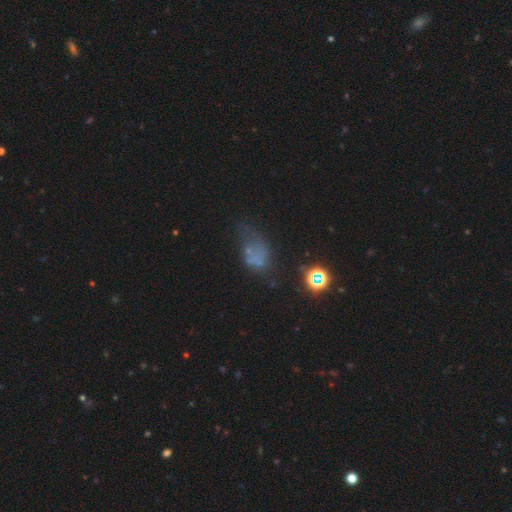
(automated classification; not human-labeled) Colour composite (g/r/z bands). It shows a smooth galaxy with no disk features (42%). Merging: major disturbance (37%).